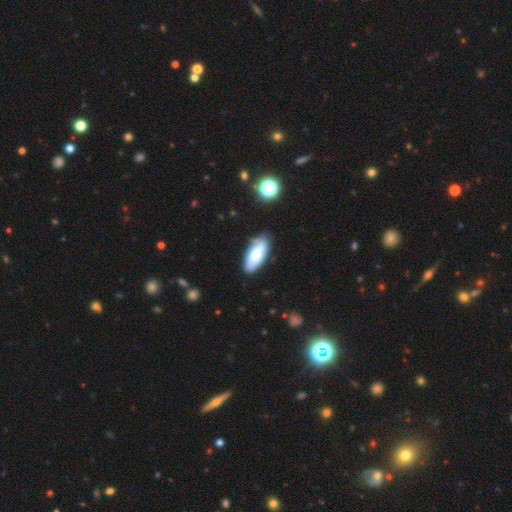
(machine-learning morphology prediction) A smooth galaxy with no disk features (68%) that is in between round and cigar-shaped (80%). Merging: none (77%).